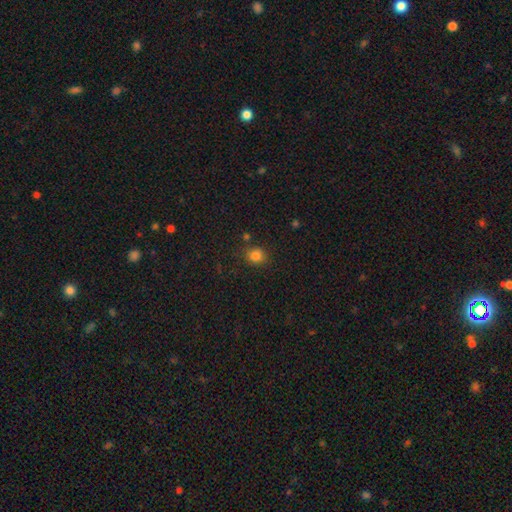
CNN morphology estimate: Overall: smooth (82%). How rounded: round (79%). Merging: none (81%).